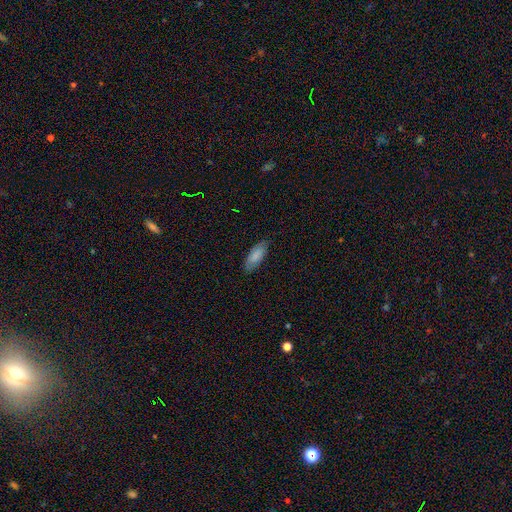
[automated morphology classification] This appears to be a smooth galaxy with no disk features (76%) that is in between round and cigar-shaped (80%). Merging: none (77%).